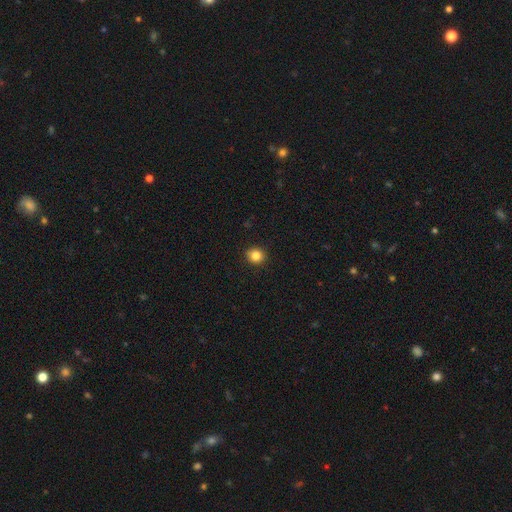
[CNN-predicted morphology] This appears to be a smooth galaxy with no disk features (84%) that is round (82%). Merging: none (91%).